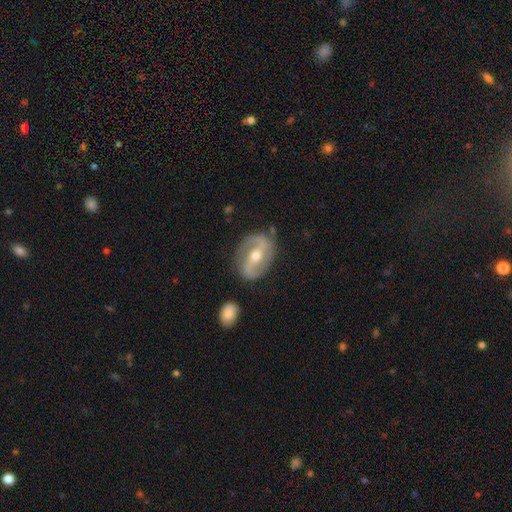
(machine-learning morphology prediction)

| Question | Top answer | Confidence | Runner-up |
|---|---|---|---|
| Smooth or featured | featured or disk | 85% | smooth (9%) |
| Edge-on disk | no | 96% | yes (4%) |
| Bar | strong | 46% | weak (34%) |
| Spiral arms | yes | 92% | no (8%) |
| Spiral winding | medium | 44% | loose (37%) |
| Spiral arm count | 2 | 91% | can't tell (4%) |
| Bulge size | moderate | 65% | small (31%) |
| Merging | none | 79% | minor disturbance (14%) |